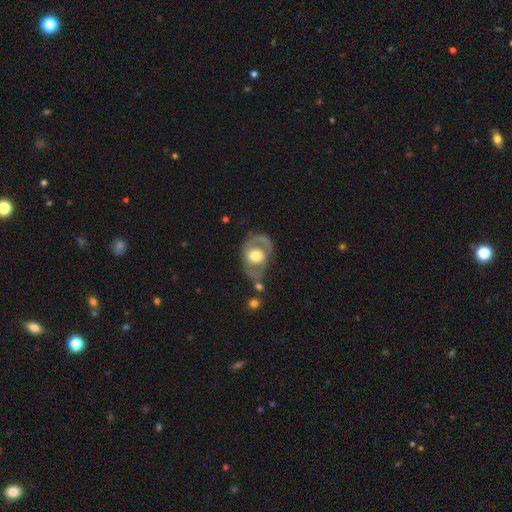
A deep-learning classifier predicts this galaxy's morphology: Smooth or featured? Predicted: featured or disk (p=0.67). Edge-on disk? Predicted: no (p=0.95). Bar? Predicted: no (p=0.71). Spiral arms? Predicted: yes (p=0.55). Bulge size? Predicted: moderate (p=0.53). Merging? Predicted: none (p=0.65).